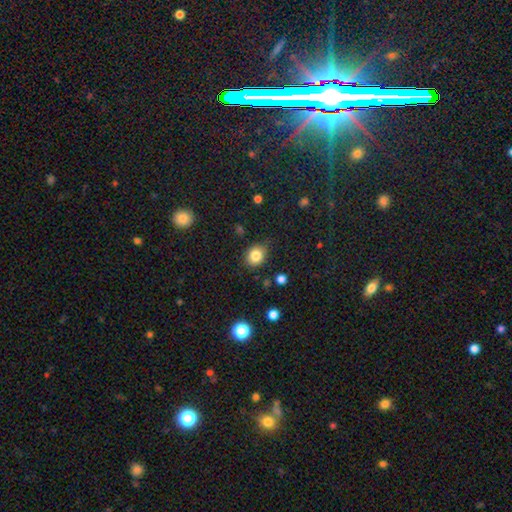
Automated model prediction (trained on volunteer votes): Smooth or featured? smooth (83%)
How rounded? round (65%)
Merging? none (79%)